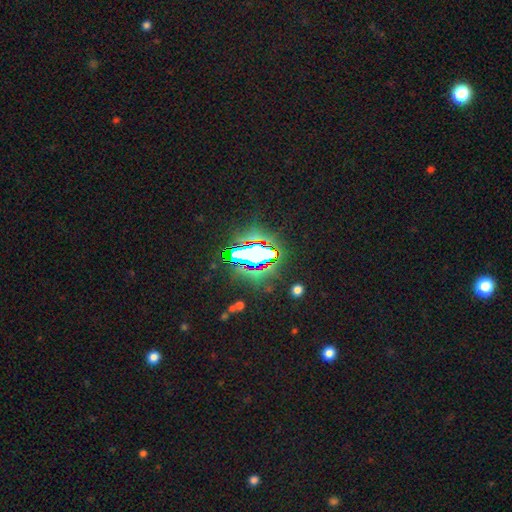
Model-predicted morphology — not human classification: Overall: star or artifact (69%).